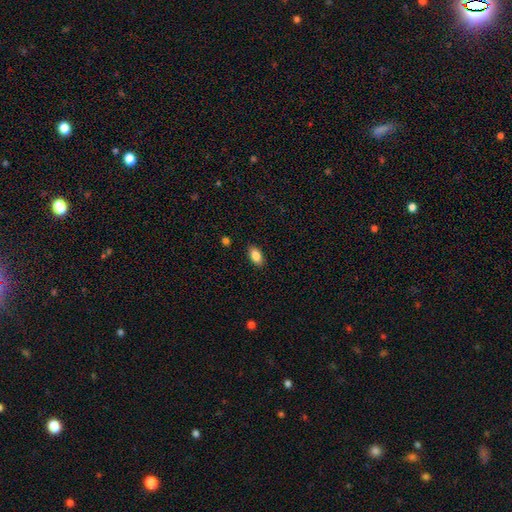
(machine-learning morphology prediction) A smooth galaxy with no disk features (85%) that is in between round and cigar-shaped (92%). Merging: none (88%).